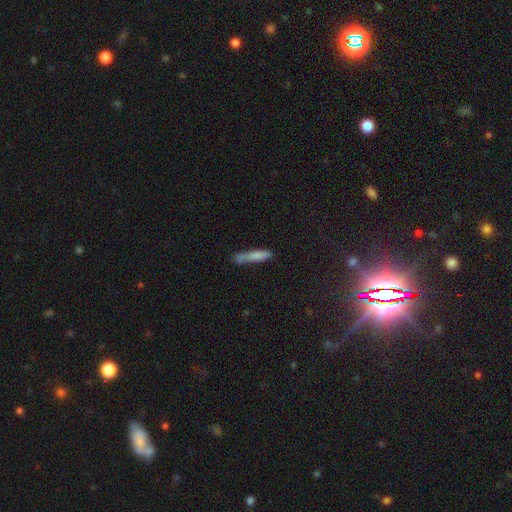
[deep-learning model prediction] Smooth or featured? smooth (76%)
How rounded? cigar-shaped (87%)
Merging? none (56%)